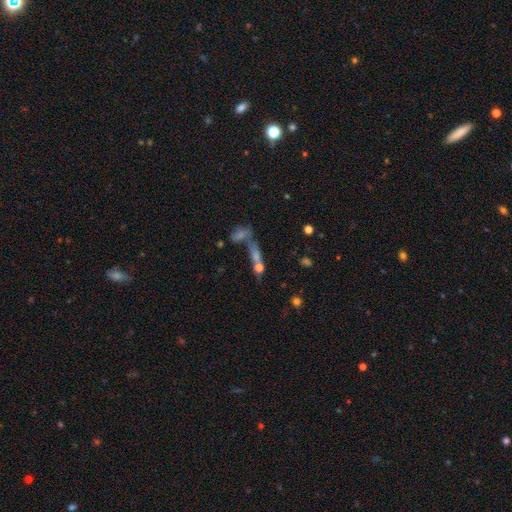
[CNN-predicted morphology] Overall: smooth (44%; featured or disk 31%). Merging: merger (47%; none 34%).